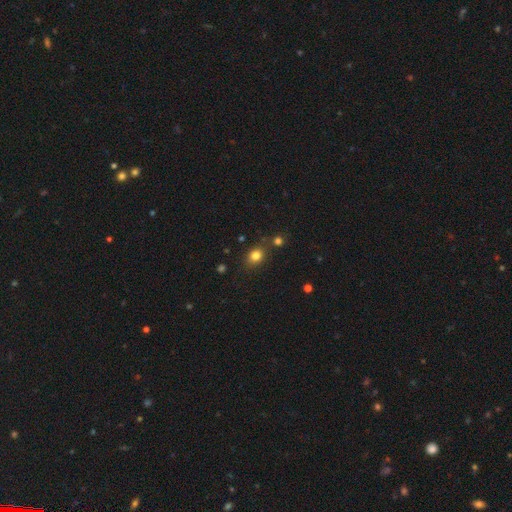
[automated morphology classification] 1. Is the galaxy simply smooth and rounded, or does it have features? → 80% smooth, 13% star or artifact, 7% featured or disk.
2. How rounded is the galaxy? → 50% in between, 48% round, 1% cigar-shaped.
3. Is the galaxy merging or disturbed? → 73% none, 13% minor disturbance, 9% merger, 4% major disturbance.